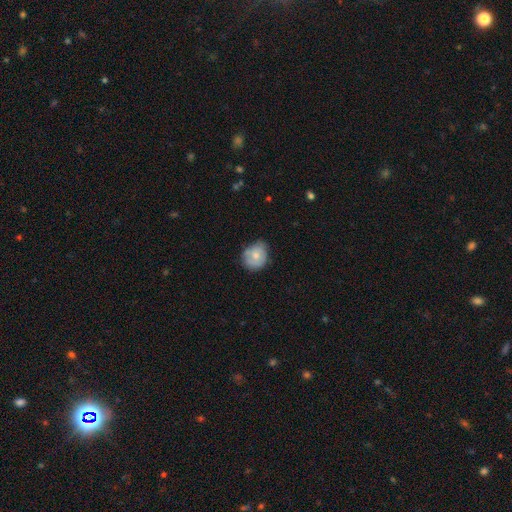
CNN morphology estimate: smooth-or-featured: smooth: 63% | featured or disk: 30% | star or artifact: 7%
  how-rounded: round: 63% | in between: 36% | cigar-shaped: 1%
  merging: none: 58% | minor disturbance: 33% | major disturbance: 7% | merger: 2%